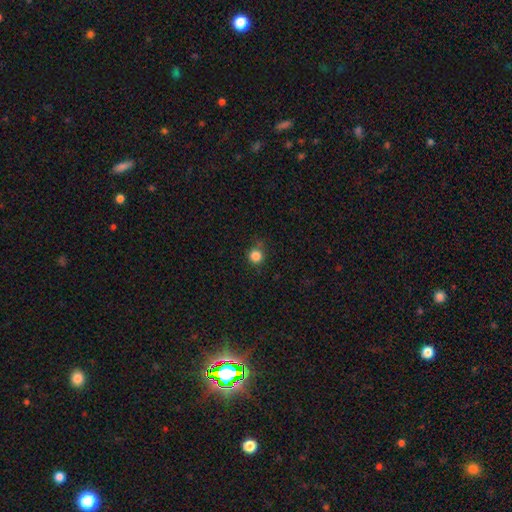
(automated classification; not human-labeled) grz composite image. It shows a smooth galaxy with no disk features (83%) that is round (94%). Merging: none (78%).